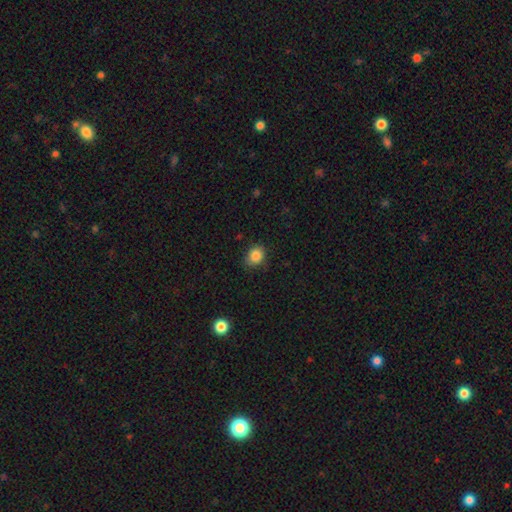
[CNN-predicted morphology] This is clearly a smooth galaxy (85%). How rounded: likely round (60%). Merging: likely none (76%).